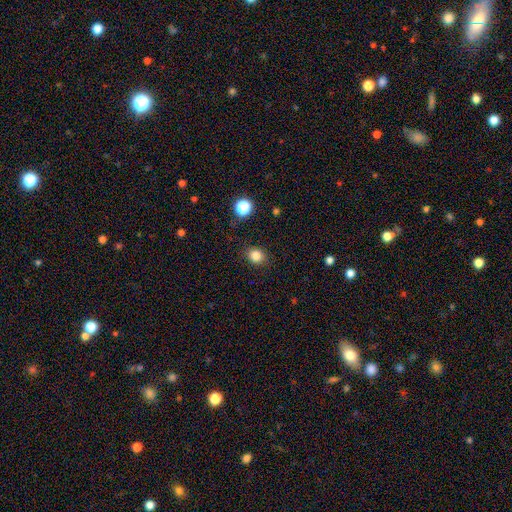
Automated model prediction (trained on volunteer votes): This appears to be a smooth galaxy with no disk features (84%) that is round (67%). Merging: none (87%).